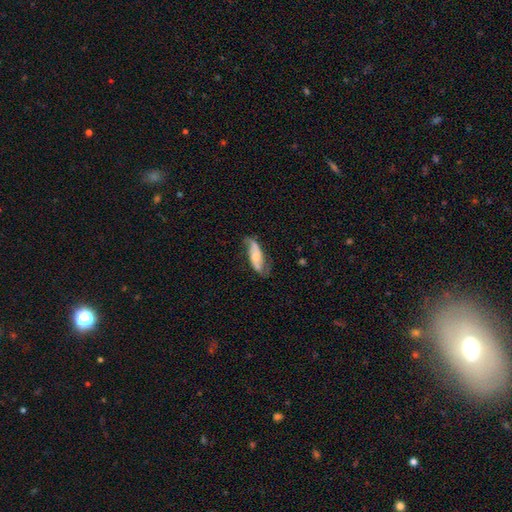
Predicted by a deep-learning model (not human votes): smooth-or-featured: featured or disk: 64% | smooth: 30% | star or artifact: 6%
  disk-edge-on: no: 86% | yes: 14%
    bar: no: 51% | weak: 34% | strong: 15%
    has-spiral-arms: yes: 89% | no: 11%
    bulge-size: moderate: 45% | small: 37% | none: 8% | large: 8% | dominant: 2%
  merging: none: 60% | minor disturbance: 26% | major disturbance: 11% | merger: 3%